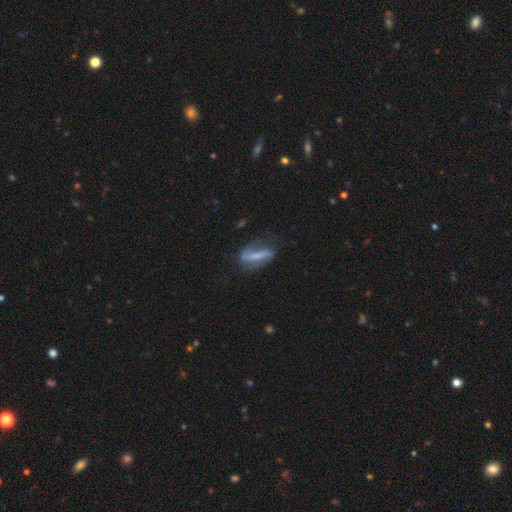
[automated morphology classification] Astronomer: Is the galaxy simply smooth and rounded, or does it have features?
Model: featured or disk — 65%.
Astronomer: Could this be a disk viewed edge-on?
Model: no — 82%.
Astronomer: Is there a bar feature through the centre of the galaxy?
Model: strong — 63%.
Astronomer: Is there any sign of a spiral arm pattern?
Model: yes — 78%.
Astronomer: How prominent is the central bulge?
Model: small — 40% (runner-up: none, 33%).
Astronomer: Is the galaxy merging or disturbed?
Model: none — 62%.